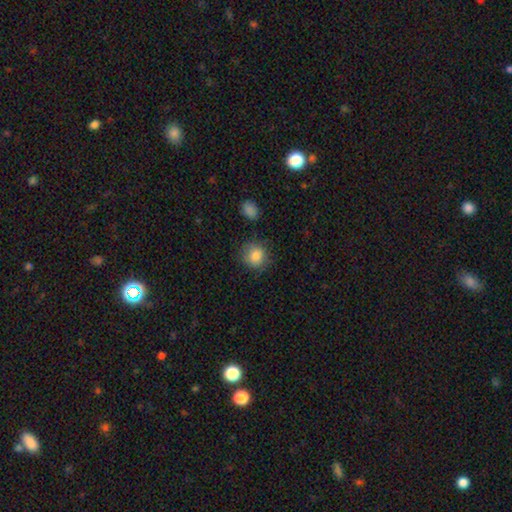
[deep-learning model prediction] Smooth or featured: smooth — 85% (star or artifact — 9%)
How rounded: round — 87% (in between — 12%)
Merging: none — 79% (minor disturbance — 15%)